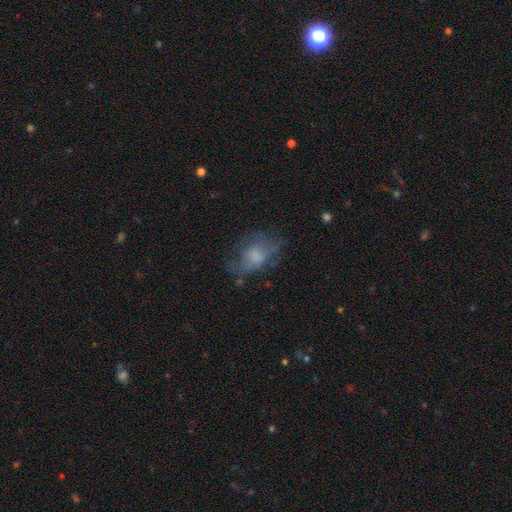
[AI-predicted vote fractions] Q: Smooth or featured?
A: smooth (55%); runner-up: featured or disk (33%)
Q: How rounded?
A: in between (75%); runner-up: round (23%)
Q: Merging?
A: none (44%); runner-up: major disturbance (29%)